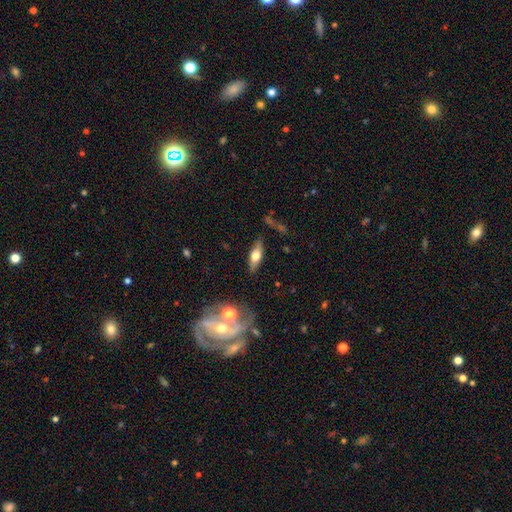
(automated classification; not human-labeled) Smooth or featured: smooth — 47% (featured or disk — 45%)
Merging: none — 81% (minor disturbance — 12%)